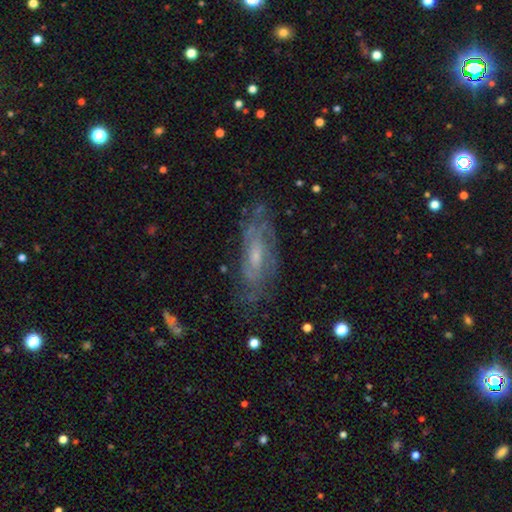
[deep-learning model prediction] A featured or disk galaxy (74%) with no bar (55%), tight (55%) spiral arms (82%) and a small central bulge (55%). Merging: none (71%).